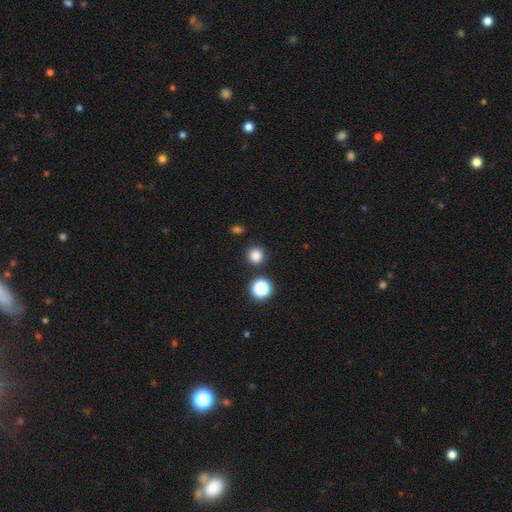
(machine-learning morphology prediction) Smooth or featured? smooth (82%)
How rounded? round (93%)
Merging? none (89%)